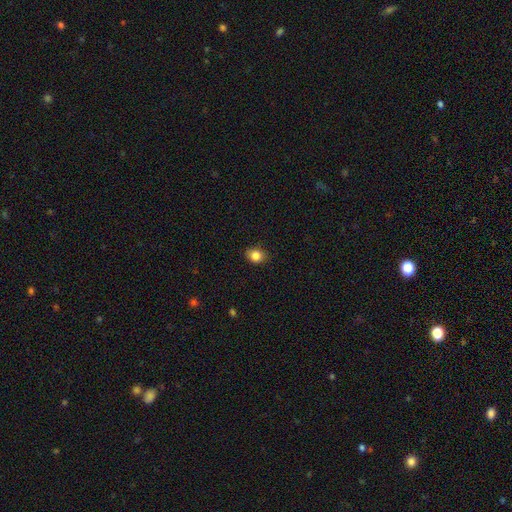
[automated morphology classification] A smooth galaxy with no disk features (84%) that is in between round and cigar-shaped (54%).

Vote fractions:
- Smooth or featured? smooth: 84% / star or artifact: 10% / featured or disk: 6%
- How rounded? in between: 54% / round: 45% / cigar-shaped: 1%
- Merging? none: 84% / minor disturbance: 12% / major disturbance: 2% / merger: 1%